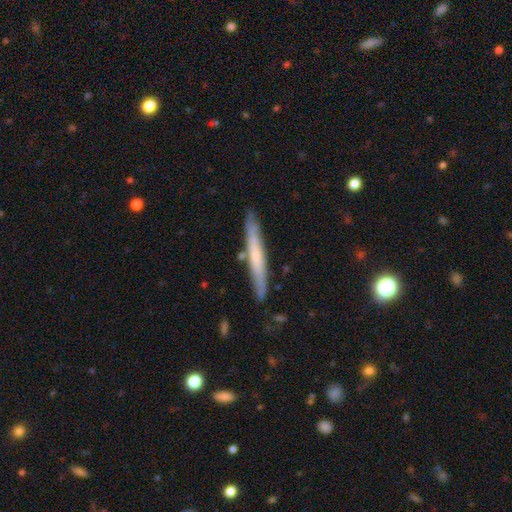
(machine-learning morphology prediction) Smooth or featured? Predicted: smooth (p=0.53). How rounded? Predicted: cigar-shaped (p=0.96). Merging? Predicted: none (p=0.84).